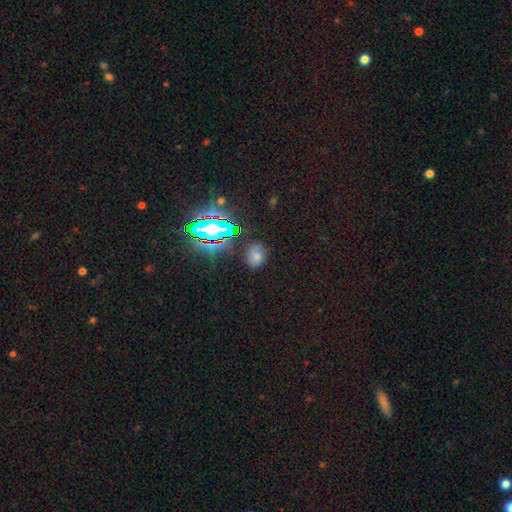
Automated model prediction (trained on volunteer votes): Smooth or featured? smooth (58%)
How rounded? in between (65%)
Merging? none (71%)